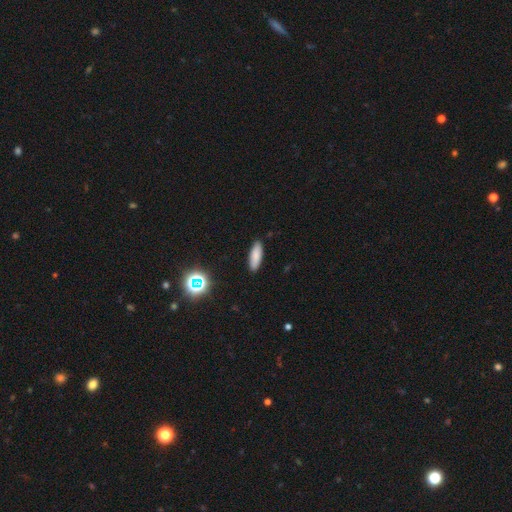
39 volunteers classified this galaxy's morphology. Smooth or featured? smooth (85%)
How rounded? in between (61%)
Merging? none (97%)